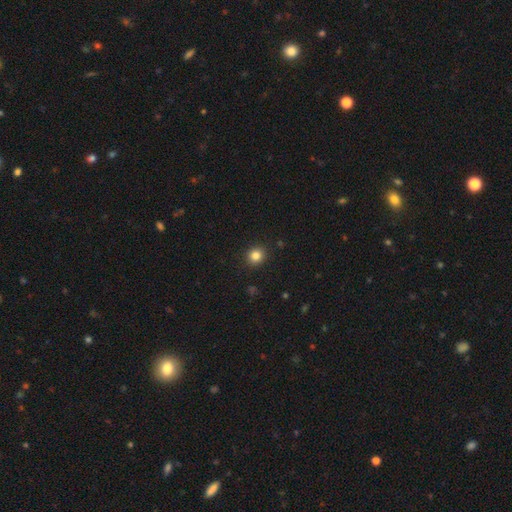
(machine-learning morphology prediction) Smooth or featured? Predicted: smooth (p=0.83). How rounded? Predicted: round (p=0.86). Merging? Predicted: none (p=0.91).